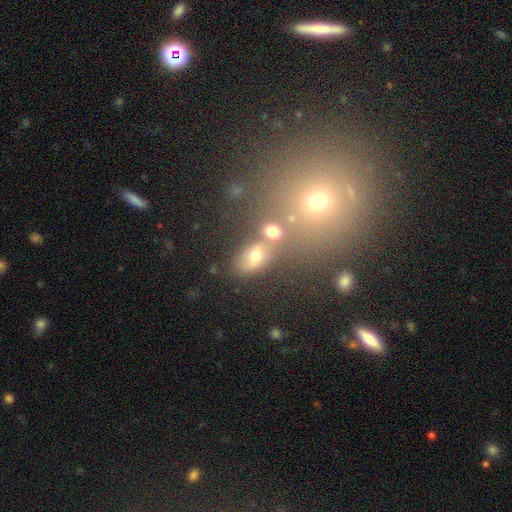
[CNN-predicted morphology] smooth 56%, star or artifact 28%, featured or disk 16%. Down the decision tree: how rounded — in between (62%); merging — none (63%).